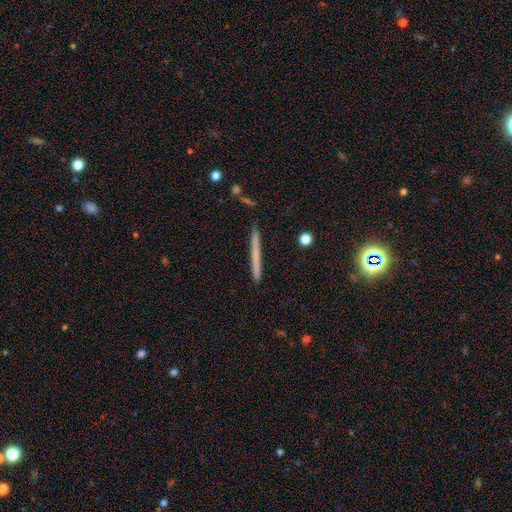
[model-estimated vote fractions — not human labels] smooth-or-featured: smooth: 53% | featured or disk: 38% | star or artifact: 9%
  how-rounded: cigar-shaped: 96% | round: 2% | in between: 2%
  merging: none: 90% | minor disturbance: 7% | merger: 2% | major disturbance: 1%